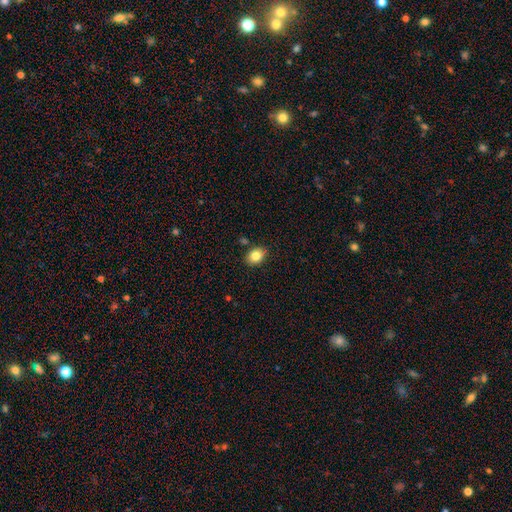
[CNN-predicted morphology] Q: Smooth or featured?
A: smooth (83%); runner-up: star or artifact (9%)
Q: How rounded?
A: in between (62%); runner-up: round (37%)
Q: Merging?
A: none (84%); runner-up: minor disturbance (10%)